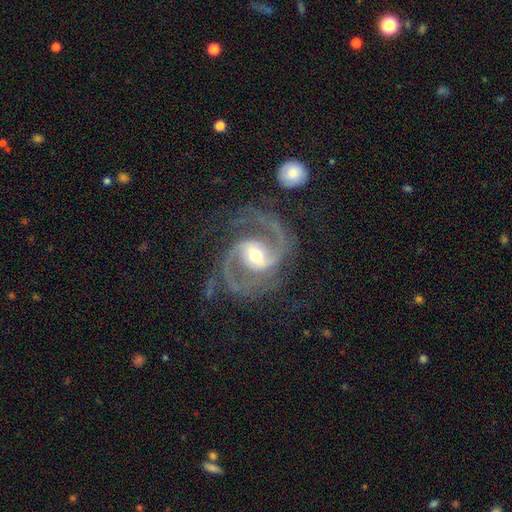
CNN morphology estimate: Smooth or featured: featured or disk — 93% (star or artifact — 4%)
Edge-on disk: no — 98% (yes — 2%)
Bar: weak — 44% (strong — 39%)
Spiral arms: yes — 98% (no — 2%)
Spiral winding: medium — 65% (loose — 18%)
Spiral arm count: 2 — 92% (3 — 3%)
Bulge size: moderate — 64% (small — 27%)
Merging: none — 76% (minor disturbance — 14%)